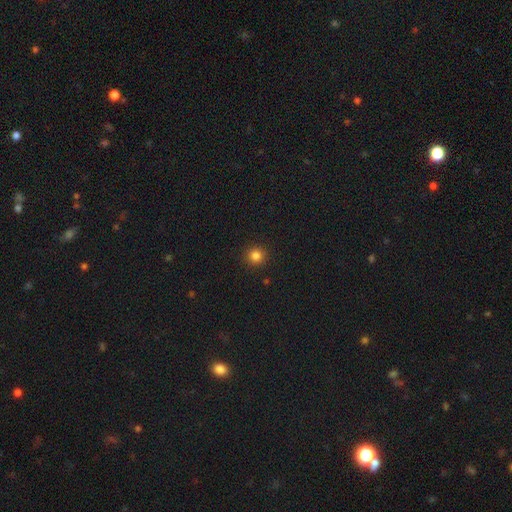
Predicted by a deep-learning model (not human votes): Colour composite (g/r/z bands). It shows a smooth galaxy with no disk features (83%) that is round (94%). Merging: none (93%).